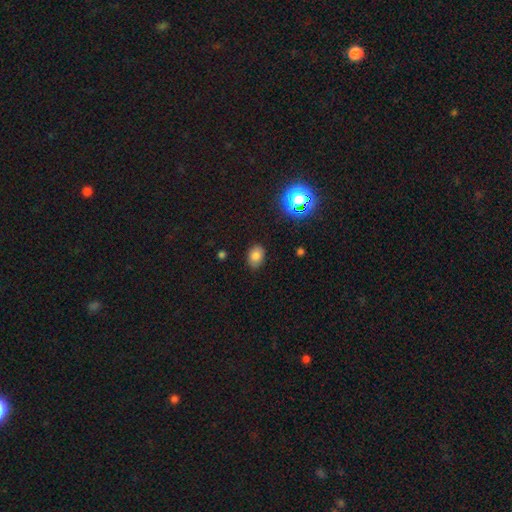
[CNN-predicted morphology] Smooth or featured? Predicted: smooth (p=0.79). How rounded? Predicted: in between (p=0.72). Merging? Predicted: none (p=0.85).